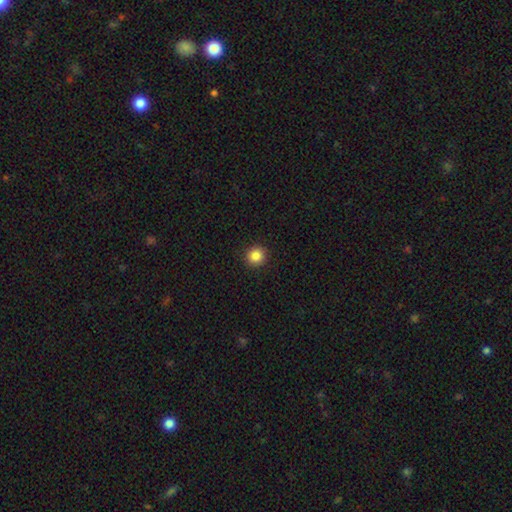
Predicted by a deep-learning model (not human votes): This appears to be a smooth galaxy with no disk features (86%) that is round (93%). Merging: none (93%).